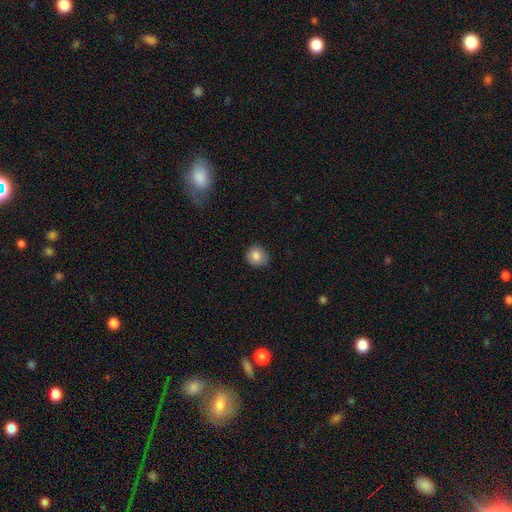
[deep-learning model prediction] Smooth or featured?
  - smooth: 83% *
  - star or artifact: 9%
  - featured or disk: 8%
How rounded?
  - round: 79% *
  - in between: 20%
  - cigar-shaped: 1%
Merging?
  - none: 80% *
  - minor disturbance: 16%
  - major disturbance: 3%
  - merger: 1%